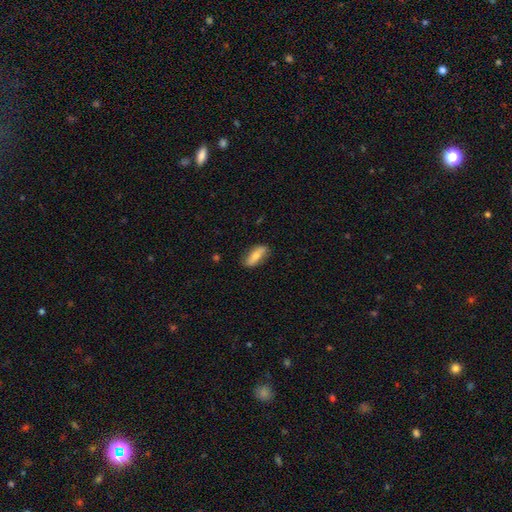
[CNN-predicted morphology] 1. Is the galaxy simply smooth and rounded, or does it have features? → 64% smooth, 30% featured or disk, 6% star or artifact.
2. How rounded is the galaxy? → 72% in between, 24% cigar-shaped, 4% round.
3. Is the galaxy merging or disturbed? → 81% none, 15% minor disturbance, 3% major disturbance, 1% merger.